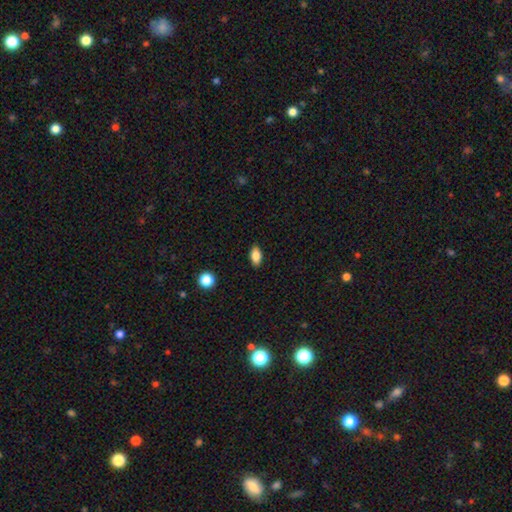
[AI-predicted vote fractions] The model was most divided on "smooth or featured": smooth: 84%, star or artifact: 9%, featured or disk: 7%. More confident: how rounded — in between (90%); merging — none (89%).